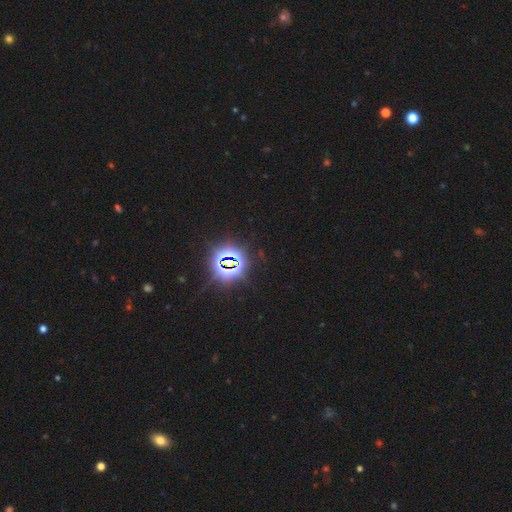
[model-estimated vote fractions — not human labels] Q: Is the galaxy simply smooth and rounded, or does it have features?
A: star or artifact — 85%.